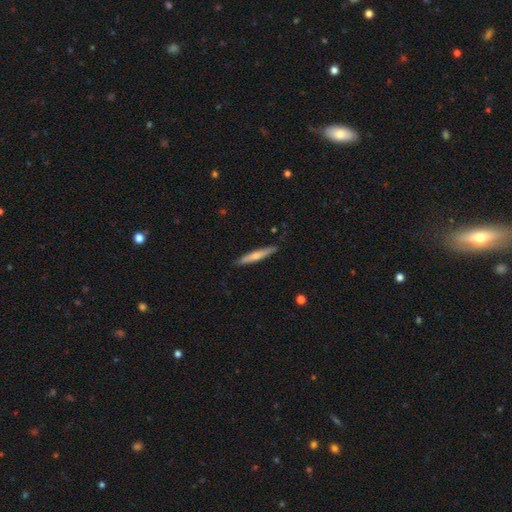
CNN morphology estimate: smooth-or-featured: smooth: 59% | featured or disk: 36% | star or artifact: 5%
  how-rounded: cigar-shaped: 93% | in between: 6% | round: 1%
  merging: none: 87% | minor disturbance: 10% | major disturbance: 2% | merger: 1%